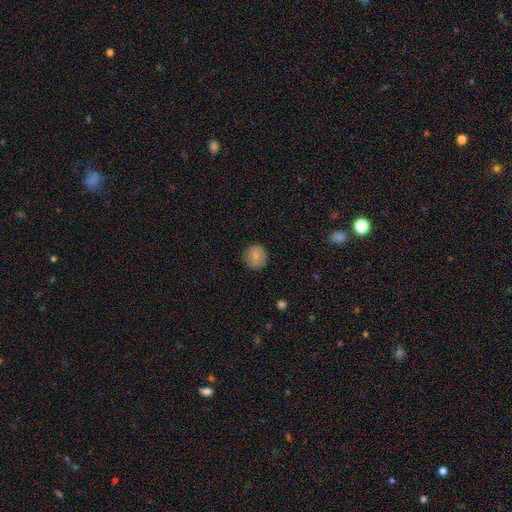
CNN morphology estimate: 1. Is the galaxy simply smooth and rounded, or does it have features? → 75% smooth, 17% featured or disk, 8% star or artifact.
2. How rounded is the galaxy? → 92% round, 7% in between, 1% cigar-shaped.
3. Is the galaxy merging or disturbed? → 87% none, 10% minor disturbance, 2% major disturbance, 1% merger.